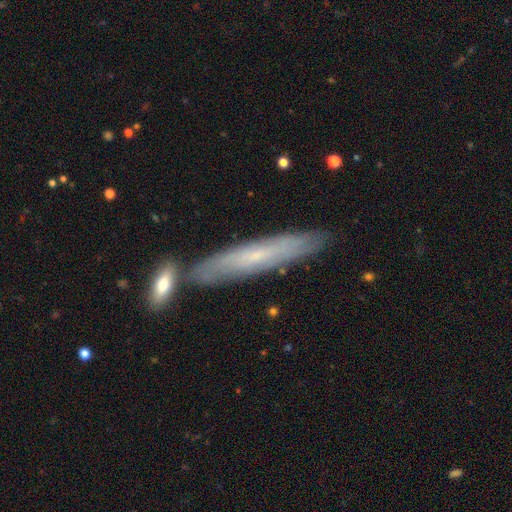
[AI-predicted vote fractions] featured or disk 54%, smooth 39%, star or artifact 7%. Down the decision tree: edge-on disk — yes (69%); merging — none (75%).